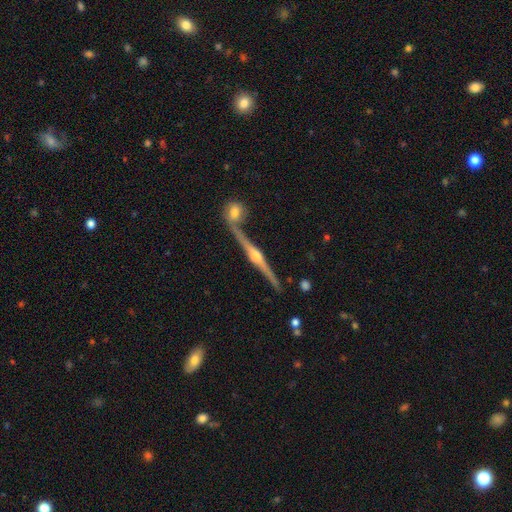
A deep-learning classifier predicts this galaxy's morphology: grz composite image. It shows a featured or disk galaxy (86%) viewed edge-on (98%) with a rounded central bulge (91%). Merging: none (76%).